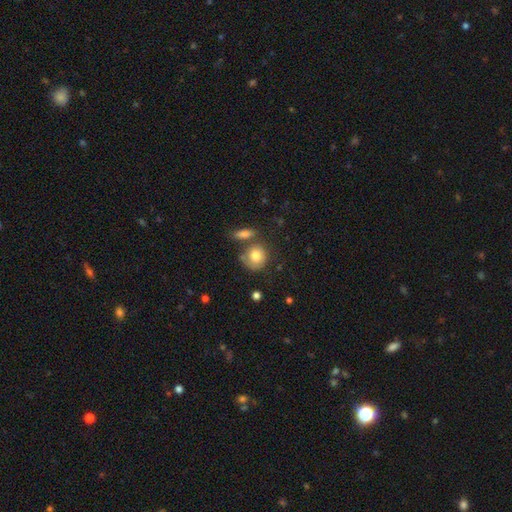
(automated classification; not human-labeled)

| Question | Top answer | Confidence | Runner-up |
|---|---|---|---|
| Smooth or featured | smooth | 79% | featured or disk (13%) |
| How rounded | round | 78% | in between (20%) |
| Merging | none | 56% | merger (20%) |